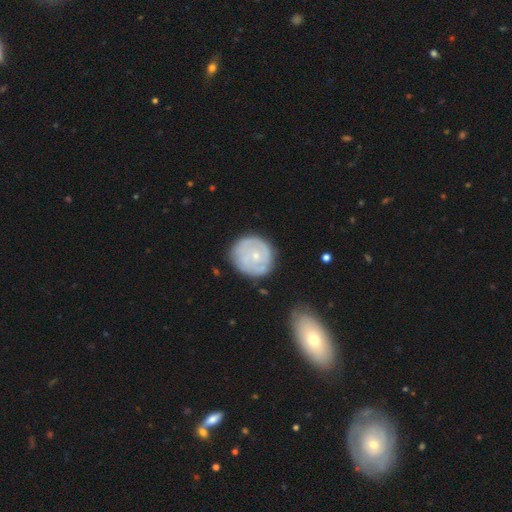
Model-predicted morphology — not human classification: This is possibly a featured or disk galaxy (60%). It is clearly not viewed edge-on (97%). Bar: clearly no (84%). Spiral arm pattern: likely yes (66%). Central bulge: likely small (76%). Merging: likely none (74%).